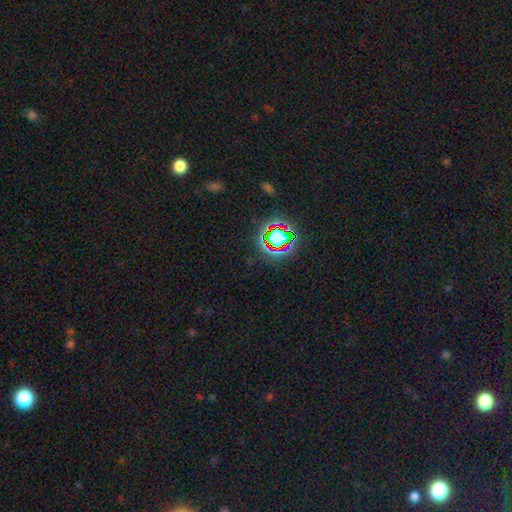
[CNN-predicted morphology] A star or artifact, not a galaxy (79%).

Vote fractions:
- Smooth or featured? star or artifact: 79% / smooth: 13% / featured or disk: 9%